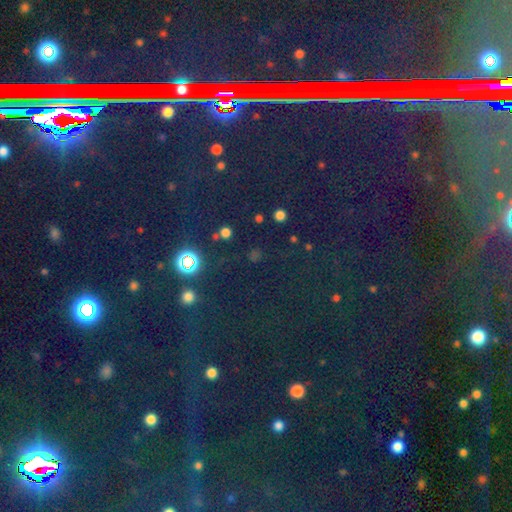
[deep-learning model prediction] Morphology: type=star or artifact (79%).